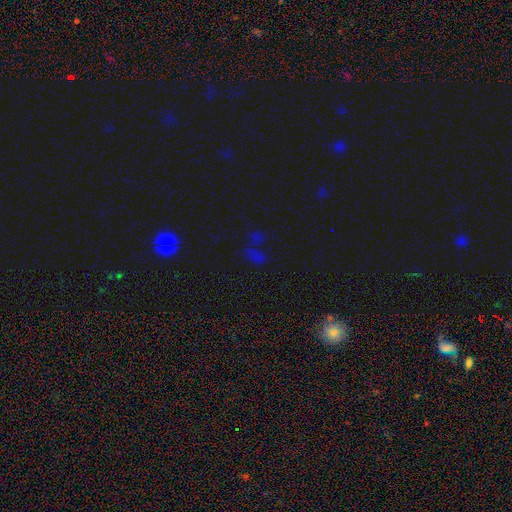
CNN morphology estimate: smooth_or_featured: star or artifact (p=0.60) [alt: smooth p=0.31]